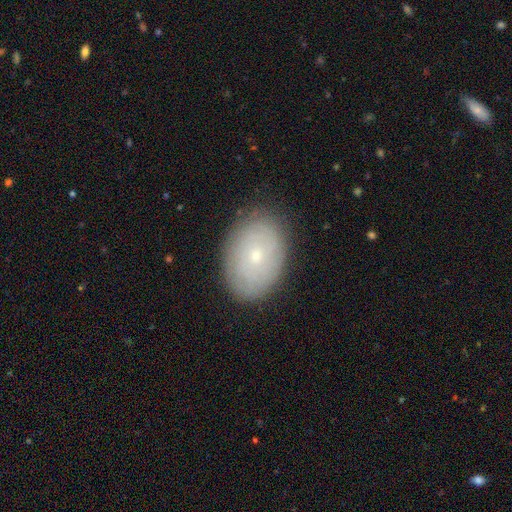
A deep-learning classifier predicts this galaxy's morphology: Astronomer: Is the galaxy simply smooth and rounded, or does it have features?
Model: smooth — 54% (runner-up: featured or disk, 38%).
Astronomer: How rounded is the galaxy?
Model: in between — 81%.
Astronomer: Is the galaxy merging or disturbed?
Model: none — 84%.